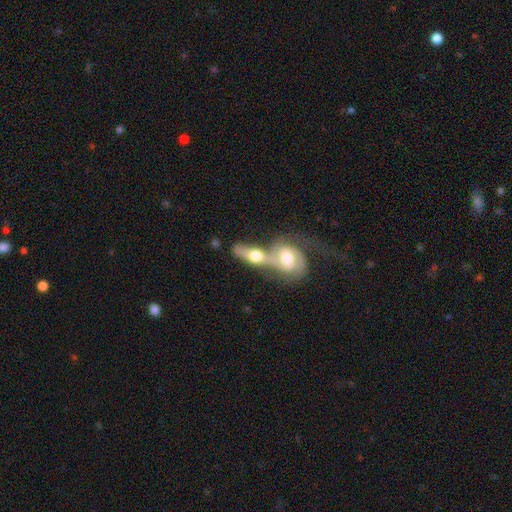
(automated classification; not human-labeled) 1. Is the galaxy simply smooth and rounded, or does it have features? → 39% smooth, 31% star or artifact, 30% featured or disk.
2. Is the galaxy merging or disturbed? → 43% merger, 36% none, 11% minor disturbance, 10% major disturbance.